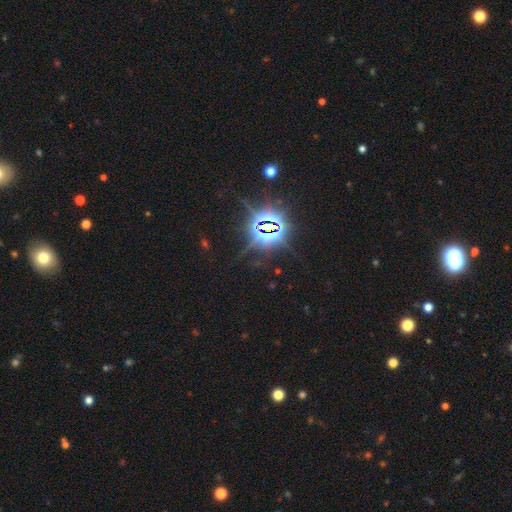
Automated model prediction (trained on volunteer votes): Morphology: type=star or artifact (85%).